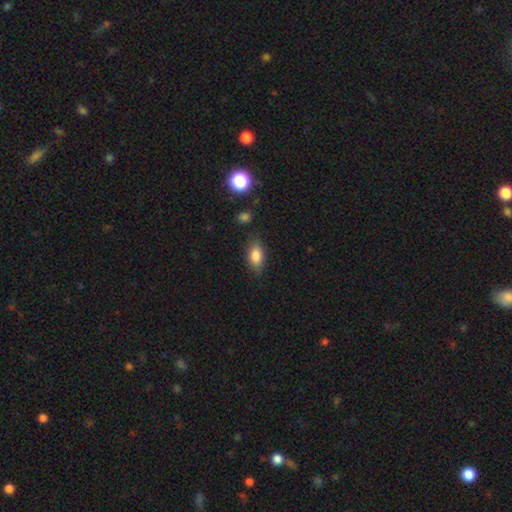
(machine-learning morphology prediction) Smooth or featured?
  - smooth: 83% *
  - star or artifact: 9%
  - featured or disk: 8%
How rounded?
  - in between: 86% *
  - round: 7%
  - cigar-shaped: 7%
Merging?
  - none: 80% *
  - minor disturbance: 15%
  - major disturbance: 4%
  - merger: 2%